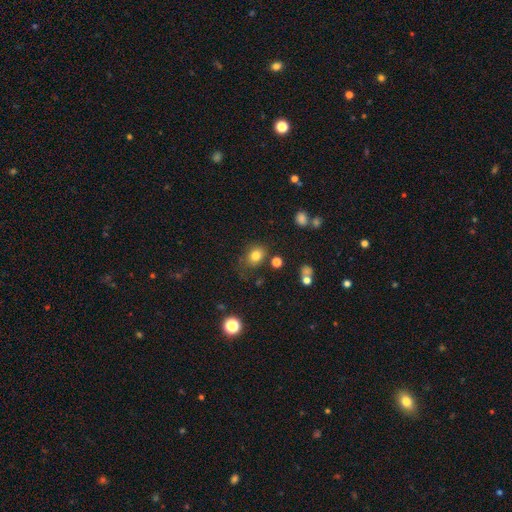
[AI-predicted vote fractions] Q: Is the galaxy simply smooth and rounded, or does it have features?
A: smooth — 79%.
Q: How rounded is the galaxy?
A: round — 50%.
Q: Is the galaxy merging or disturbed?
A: none — 67%.